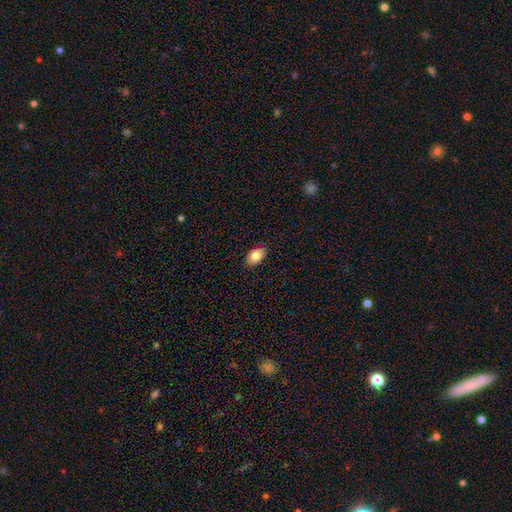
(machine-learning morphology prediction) smooth-or-featured: smooth: 86% | star or artifact: 7% | featured or disk: 7%
  how-rounded: in between: 91% | round: 8% | cigar-shaped: 1%
  merging: none: 88% | minor disturbance: 9% | major disturbance: 2% | merger: 1%